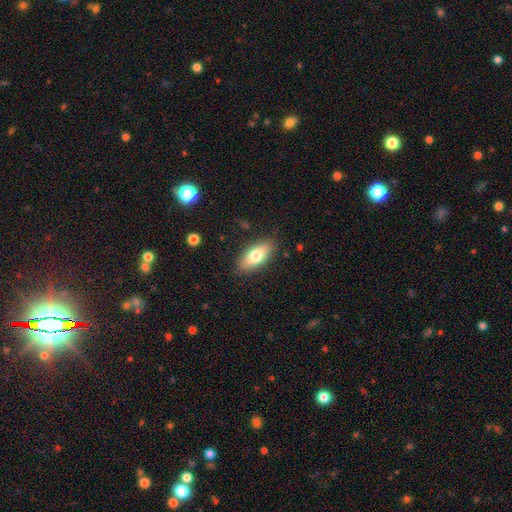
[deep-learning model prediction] Smooth or featured: smooth — 74% (featured or disk — 20%)
How rounded: in between — 81% (cigar-shaped — 16%)
Merging: none — 86% (minor disturbance — 10%)